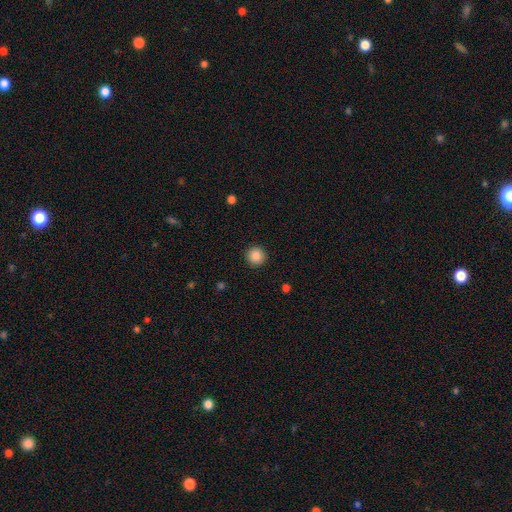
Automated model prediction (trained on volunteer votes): The model was most divided on "smooth or featured": smooth: 87%, star or artifact: 9%, featured or disk: 4%. More confident: how rounded — round (96%); merging — none (93%).